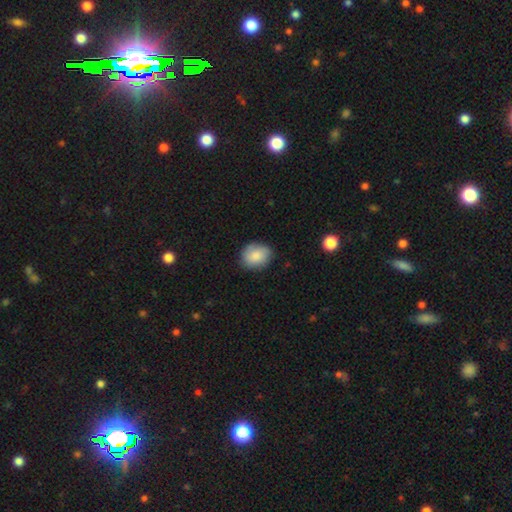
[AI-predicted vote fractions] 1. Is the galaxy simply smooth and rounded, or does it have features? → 85% smooth, 9% featured or disk, 7% star or artifact.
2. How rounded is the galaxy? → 50% in between, 49% round, 1% cigar-shaped.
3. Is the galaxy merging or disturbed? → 81% none, 15% minor disturbance, 3% major disturbance, 1% merger.